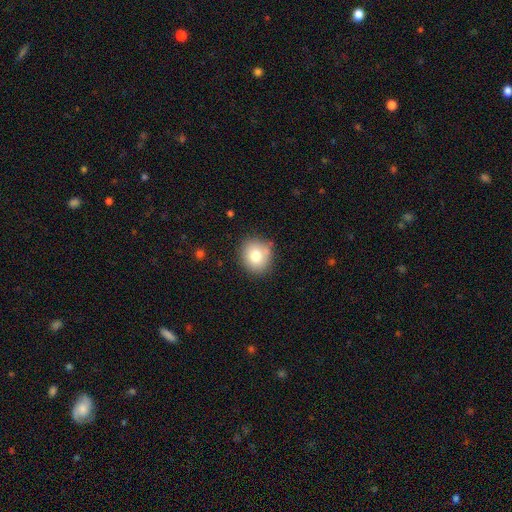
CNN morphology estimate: A smooth galaxy with no disk features (76%) that is round (79%).

Vote fractions:
- Smooth or featured? smooth: 76% / featured or disk: 13% / star or artifact: 10%
- How rounded? round: 79% / in between: 20% / cigar-shaped: 1%
- Merging? none: 79% / minor disturbance: 14% / merger: 4% / major disturbance: 3%